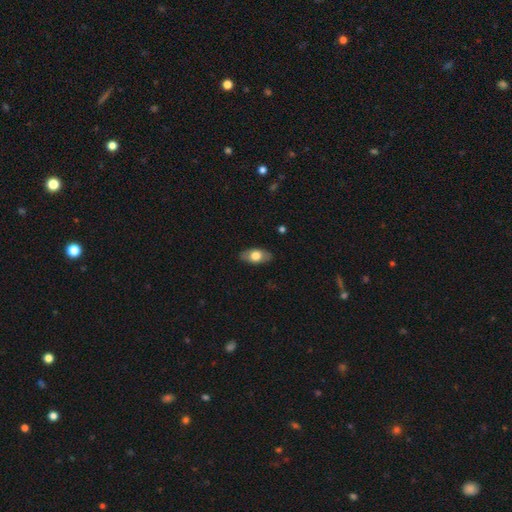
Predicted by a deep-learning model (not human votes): Overall: smooth (68%). How rounded: in between (91%). Merging: none (85%).